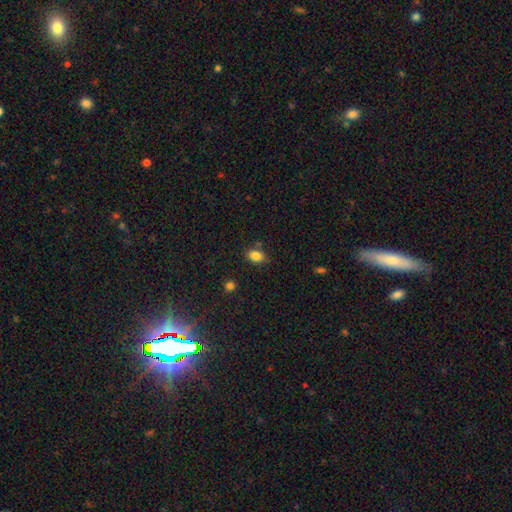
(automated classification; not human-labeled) Overall: smooth (85%). How rounded: in between (79%). Merging: none (76%).